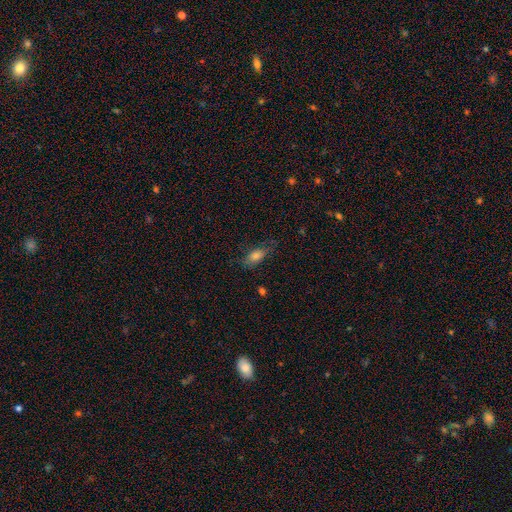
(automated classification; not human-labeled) Smooth or featured: smooth — 73% (featured or disk — 17%)
How rounded: in between — 78% (cigar-shaped — 17%)
Merging: none — 69% (minor disturbance — 22%)